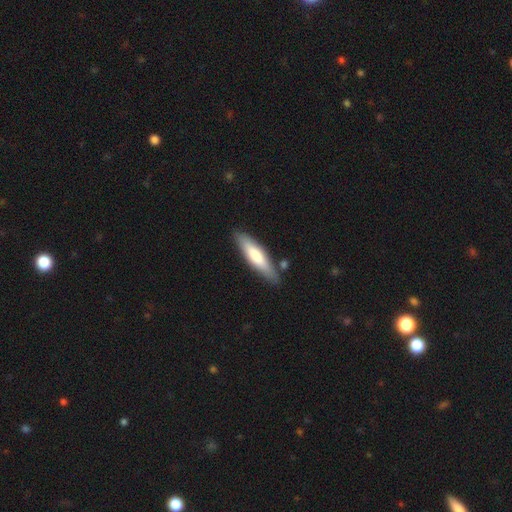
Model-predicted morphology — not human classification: smooth-or-featured: smooth: 64% | featured or disk: 31% | star or artifact: 5%
  how-rounded: cigar-shaped: 73% | in between: 26% | round: 1%
  merging: none: 81% | minor disturbance: 12% | merger: 4% | major disturbance: 2%